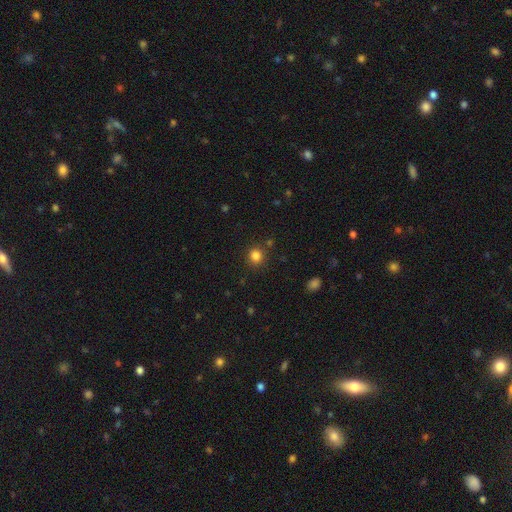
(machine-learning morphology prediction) A smooth galaxy with no disk features (82%) that is round (87%).

Vote fractions:
- Smooth or featured? smooth: 82% / star or artifact: 13% / featured or disk: 4%
- How rounded? round: 87% / in between: 12% / cigar-shaped: 1%
- Merging? none: 85% / minor disturbance: 8% / merger: 4% / major disturbance: 3%